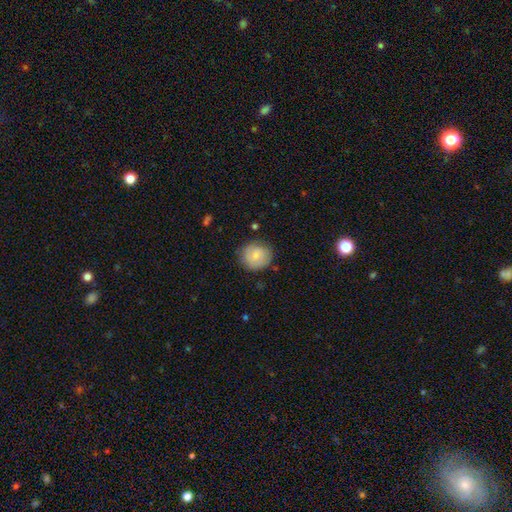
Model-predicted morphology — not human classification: Smooth or featured? Predicted: smooth (p=0.76). How rounded? Predicted: round (p=0.83). Merging? Predicted: none (p=0.79).